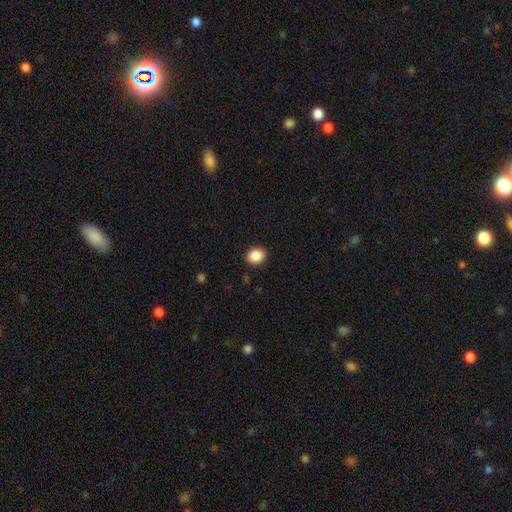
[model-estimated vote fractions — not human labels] This appears to be a smooth galaxy with no disk features (88%) that is round (62%). Merging: none (90%).